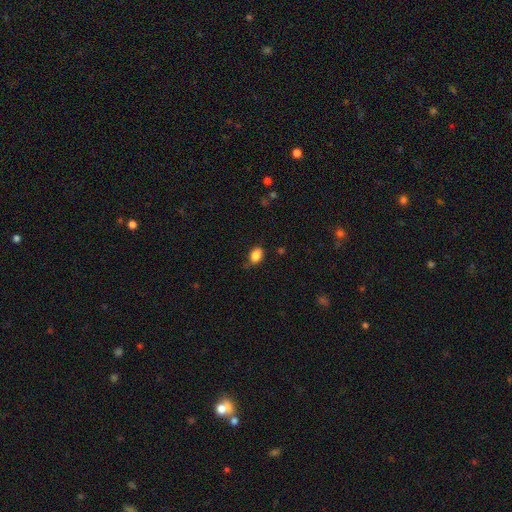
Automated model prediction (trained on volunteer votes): Smooth or featured? smooth (86%)
How rounded? in between (80%)
Merging? none (72%)